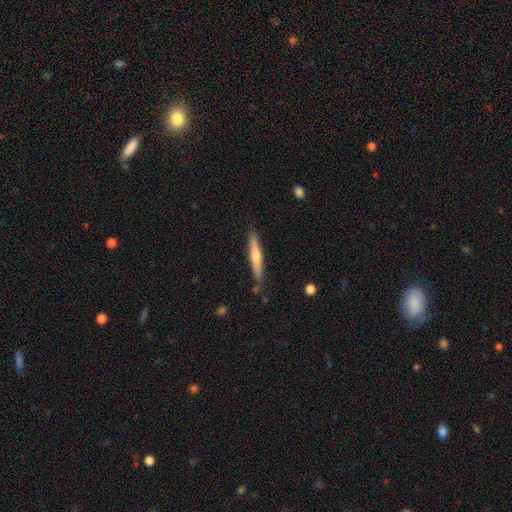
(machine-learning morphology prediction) Smooth or featured? Predicted: featured or disk (p=0.54). Edge-on disk? Predicted: yes (p=0.96). Edge-on bulge? Predicted: rounded (p=0.83). Merging? Predicted: none (p=0.87).